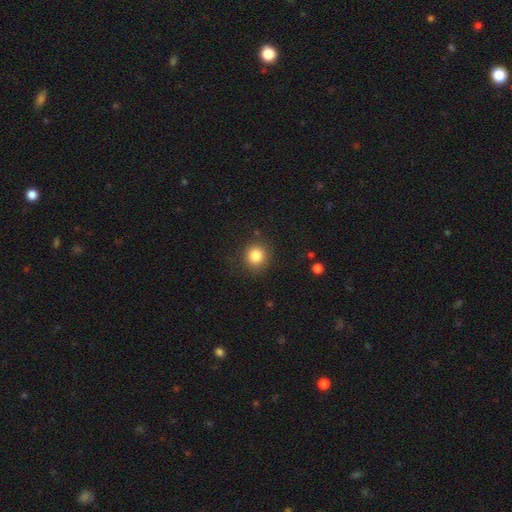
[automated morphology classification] A smooth galaxy with no disk features (83%) that is round (91%). Merging: none (87%).